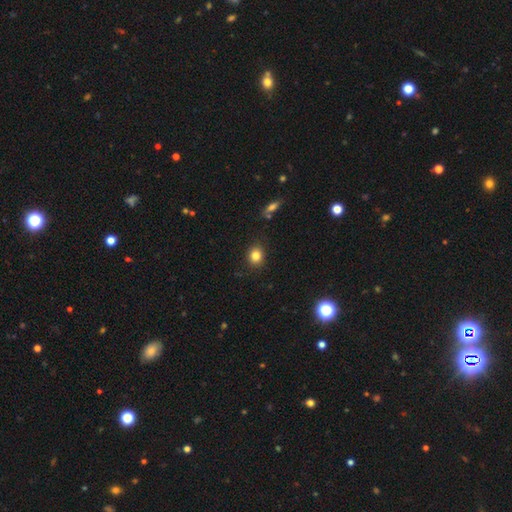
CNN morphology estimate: Q: Smooth or featured?
A: smooth (82%); runner-up: star or artifact (12%)
Q: How rounded?
A: round (78%); runner-up: in between (21%)
Q: Merging?
A: none (87%); runner-up: minor disturbance (9%)